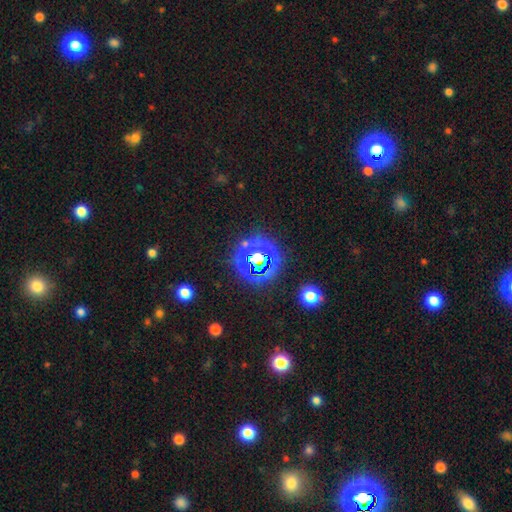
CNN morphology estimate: Q: Smooth or featured?
A: star or artifact (66%); runner-up: smooth (24%)